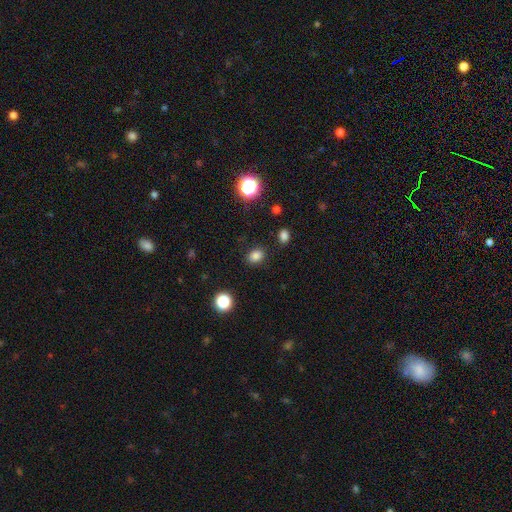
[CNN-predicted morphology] A smooth galaxy with no disk features (82%) that is in between round and cigar-shaped (61%).

Vote fractions:
- Smooth or featured? smooth: 82% / star or artifact: 14% / featured or disk: 4%
- How rounded? in between: 61% / round: 38% / cigar-shaped: 1%
- Merging? none: 86% / minor disturbance: 9% / major disturbance: 3% / merger: 2%